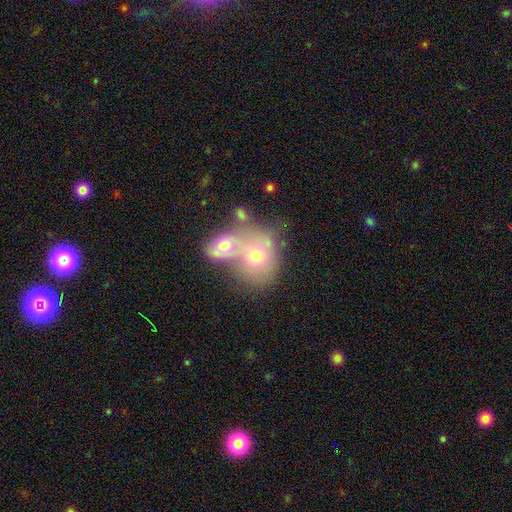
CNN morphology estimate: smooth_or_featured: smooth (p=0.53) [alt: featured or disk p=0.33]
how_rounded: round (p=0.65) [alt: in between p=0.34]
merging: merger (p=0.70) [alt: none p=0.18]